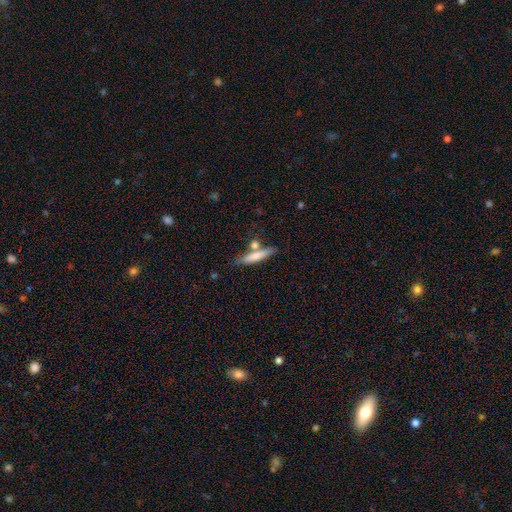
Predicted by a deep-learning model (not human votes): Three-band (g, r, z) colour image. It shows a smooth galaxy with no disk features (69%) that is cigar-shaped (85%). Merging: none (68%).